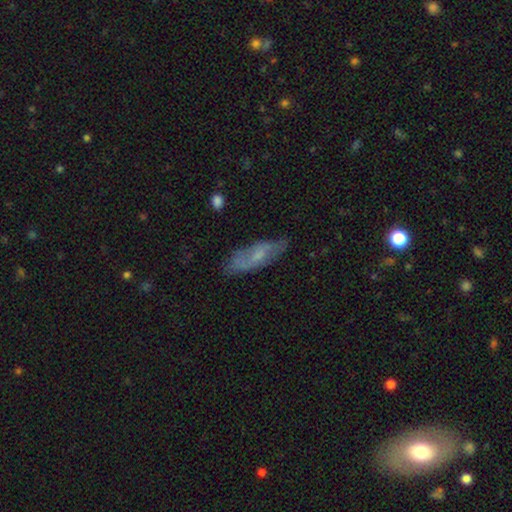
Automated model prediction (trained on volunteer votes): Q: Smooth or featured?
A: featured or disk (46%); runner-up: smooth (45%)
Q: Merging?
A: none (72%); runner-up: minor disturbance (20%)